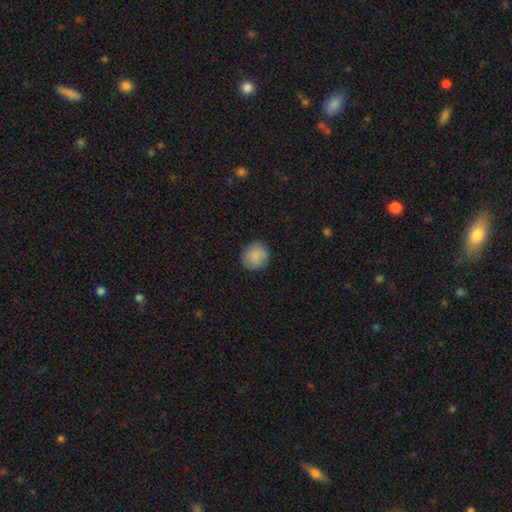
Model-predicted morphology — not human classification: The model was most divided on "merging": none: 88%, minor disturbance: 9%, major disturbance: 2%, merger: 1%. More confident: how rounded — round (90%); smooth or featured — smooth (88%).